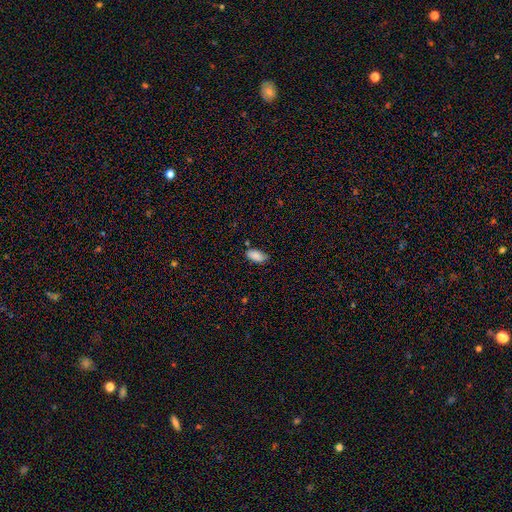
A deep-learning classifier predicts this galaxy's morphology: Smooth or featured? smooth (87%)
How rounded? in between (92%)
Merging? none (73%)